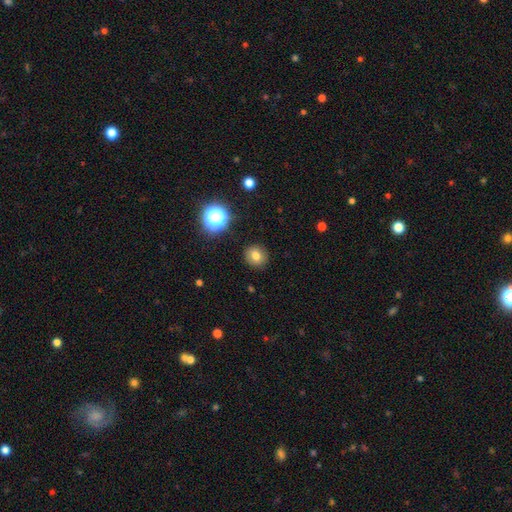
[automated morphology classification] Smooth or featured? Predicted: smooth (p=0.77). How rounded? Predicted: round (p=0.87). Merging? Predicted: none (p=0.90).